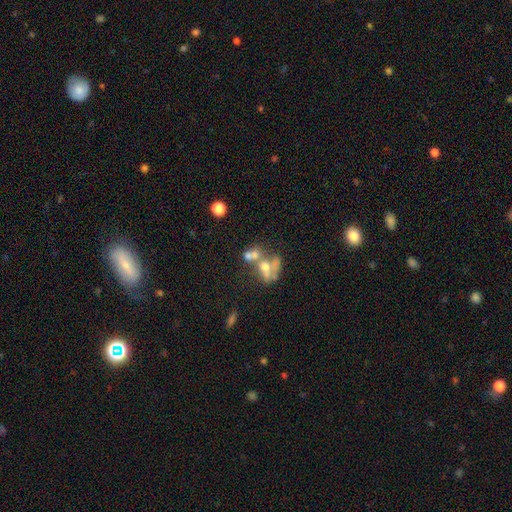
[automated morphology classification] Smooth or featured? featured or disk (47%)
Merging? merger (59%)